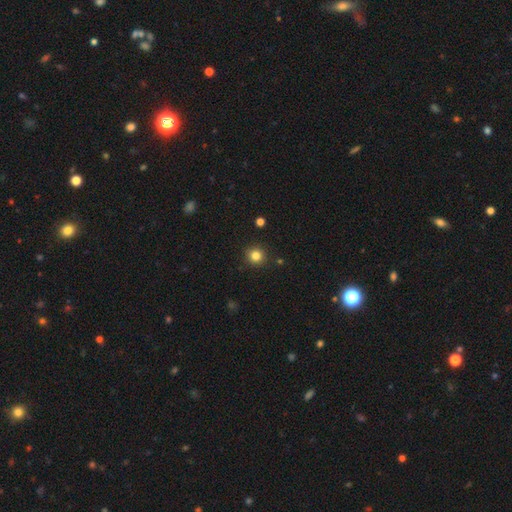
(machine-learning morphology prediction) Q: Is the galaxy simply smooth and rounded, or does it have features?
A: smooth — 83%.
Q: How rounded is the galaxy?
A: round — 94%.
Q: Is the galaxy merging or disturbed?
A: none — 91%.